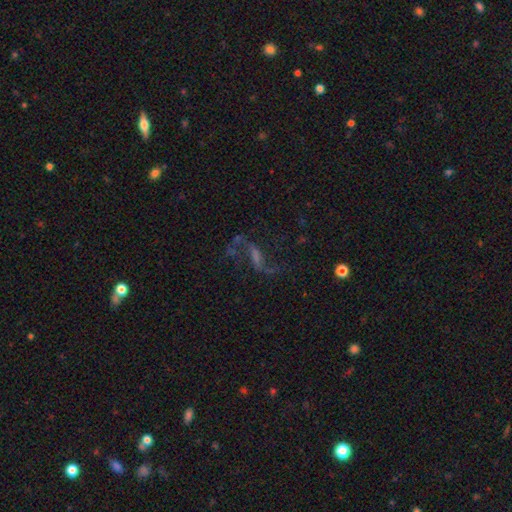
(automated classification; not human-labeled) A featured or disk galaxy (70%) with a weak bar (39%), 2 (88%) loose (87%) spiral arms (87%) and no central bulge (49%). Merging: none (58%).